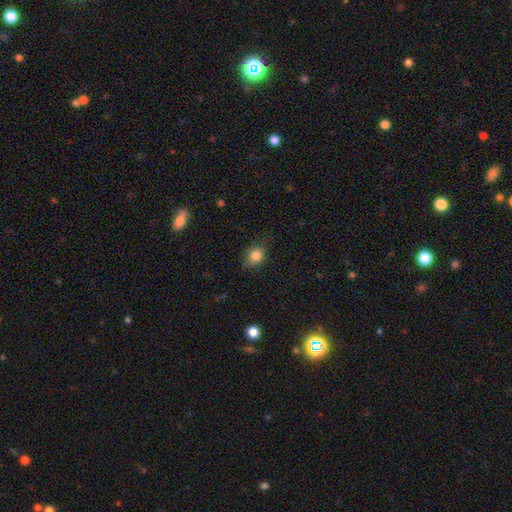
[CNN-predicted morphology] Smooth or featured? Predicted: smooth (p=0.82). How rounded? Predicted: round (p=0.57). Merging? Predicted: none (p=0.75).